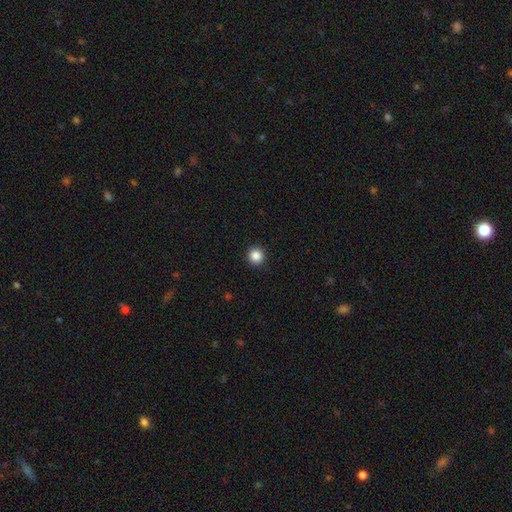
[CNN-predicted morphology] Smooth or featured? smooth (86%)
How rounded? round (94%)
Merging? none (93%)